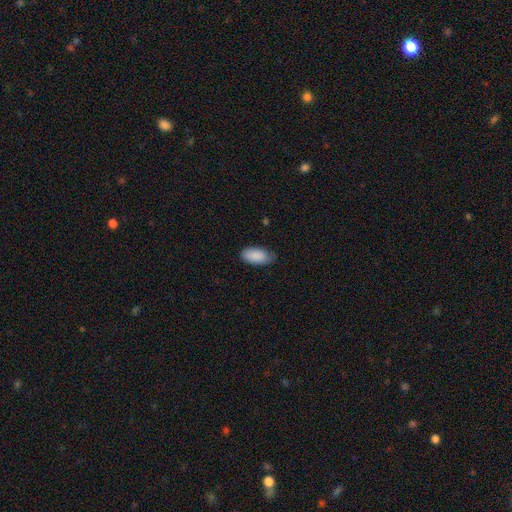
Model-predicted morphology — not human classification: Smooth or featured: smooth — 89% (star or artifact — 6%)
How rounded: in between — 94% (cigar-shaped — 4%)
Merging: none — 72% (minor disturbance — 23%)